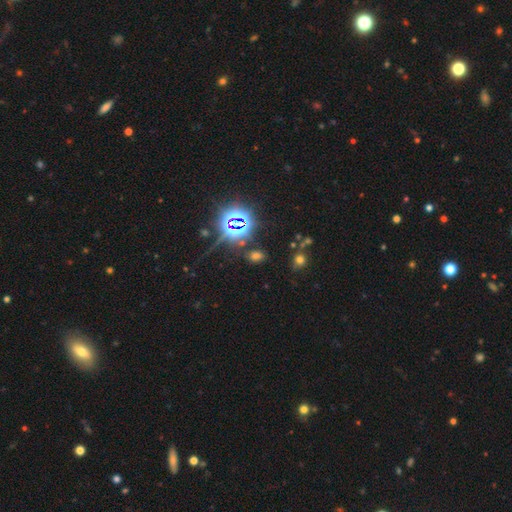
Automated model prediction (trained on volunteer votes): A star or artifact, not a galaxy (50%).